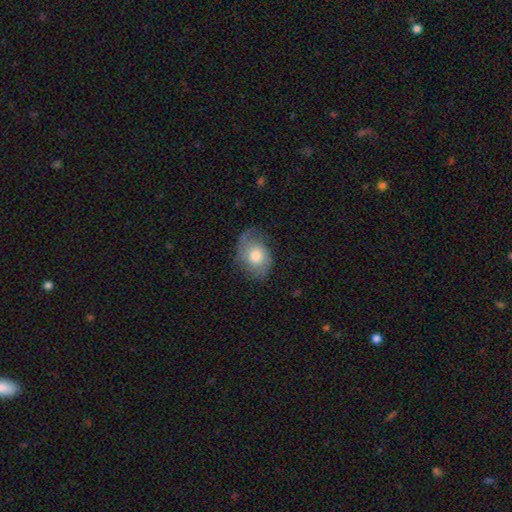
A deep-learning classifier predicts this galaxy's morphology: smooth-or-featured: smooth: 57% | featured or disk: 36% | star or artifact: 7%
  how-rounded: in between: 65% | round: 34% | cigar-shaped: 1%
  merging: none: 54% | minor disturbance: 29% | major disturbance: 15% | merger: 1%